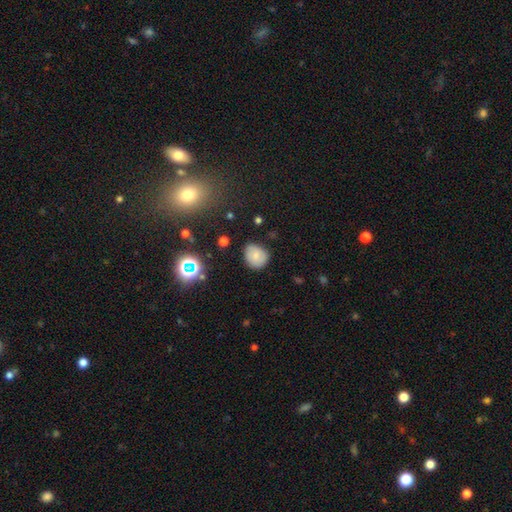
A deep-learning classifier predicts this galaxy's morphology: type=smooth (74%); roundness=round (66%); merging=none (71%).